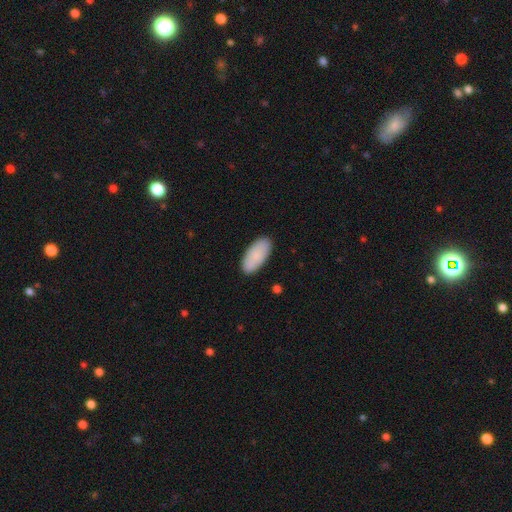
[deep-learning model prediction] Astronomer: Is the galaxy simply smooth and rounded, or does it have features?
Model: smooth — 87%.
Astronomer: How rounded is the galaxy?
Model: in between — 91%.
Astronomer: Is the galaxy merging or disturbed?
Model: none — 87%.